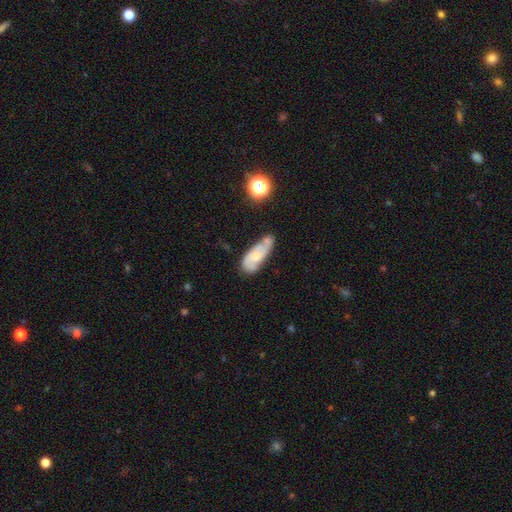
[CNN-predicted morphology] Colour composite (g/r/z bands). It shows a featured or disk galaxy (48%). Merging: none (42%).